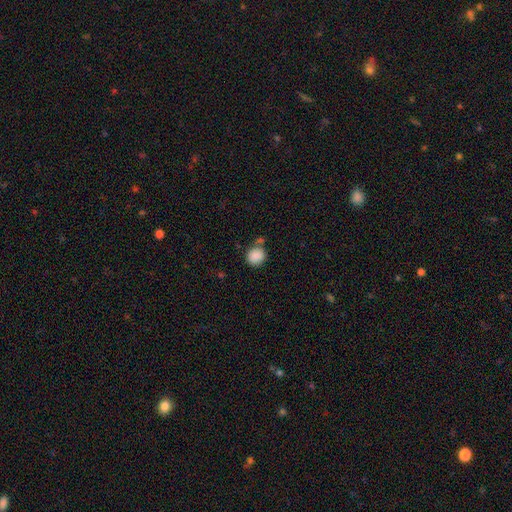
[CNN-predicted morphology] Smooth or featured?
  - smooth: 88% *
  - star or artifact: 8%
  - featured or disk: 3%
How rounded?
  - round: 82% *
  - in between: 18%
  - cigar-shaped: 1%
Merging?
  - none: 68% *
  - minor disturbance: 15%
  - merger: 13%
  - major disturbance: 5%